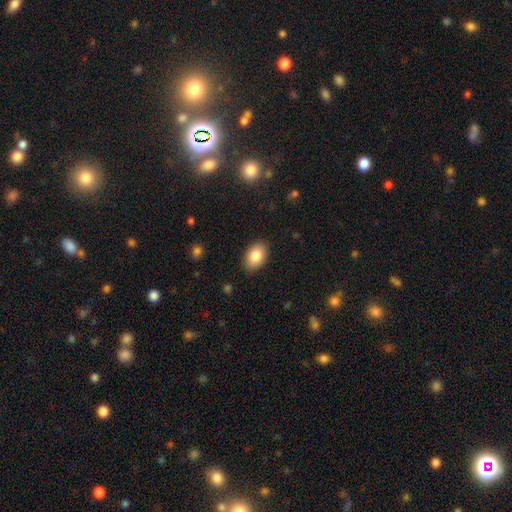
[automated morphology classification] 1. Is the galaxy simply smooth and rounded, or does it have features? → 84% smooth, 9% featured or disk, 7% star or artifact.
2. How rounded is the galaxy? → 89% in between, 10% round, 1% cigar-shaped.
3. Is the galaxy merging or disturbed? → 87% none, 9% minor disturbance, 2% major disturbance, 1% merger.